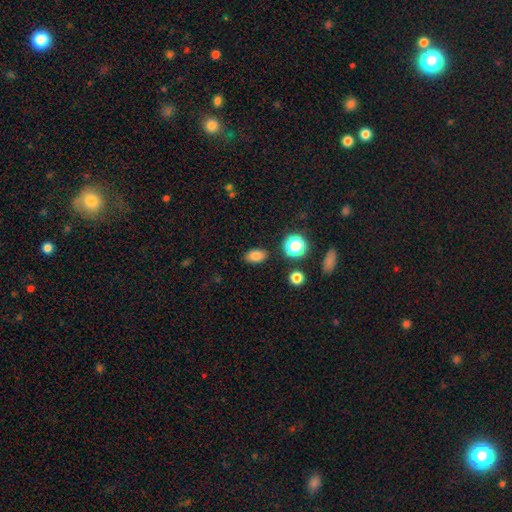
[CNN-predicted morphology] Smooth or featured: smooth — 81% (star or artifact — 13%)
How rounded: in between — 82% (round — 16%)
Merging: none — 85% (minor disturbance — 10%)